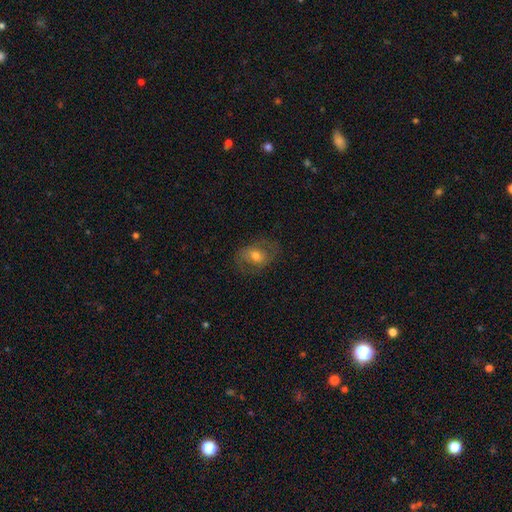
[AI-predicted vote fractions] smooth_or_featured: featured or disk (p=0.48) [alt: smooth p=0.42]
merging: none (p=0.74) [alt: minor disturbance p=0.16]